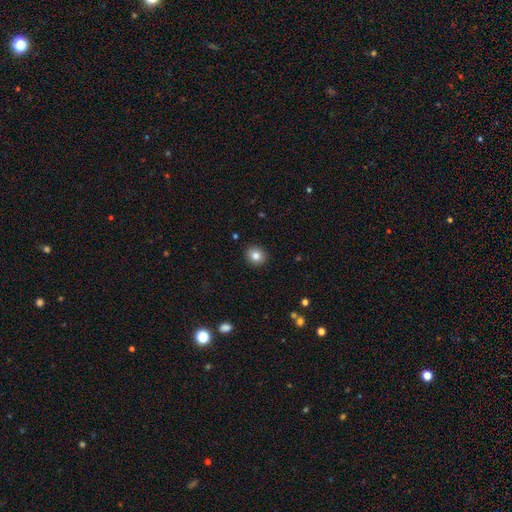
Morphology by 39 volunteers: Smooth or featured: smooth — 87% (featured or disk — 8%)
How rounded: round — 85% (in between — 15%)
Merging: none — 95% (minor disturbance — 5%)